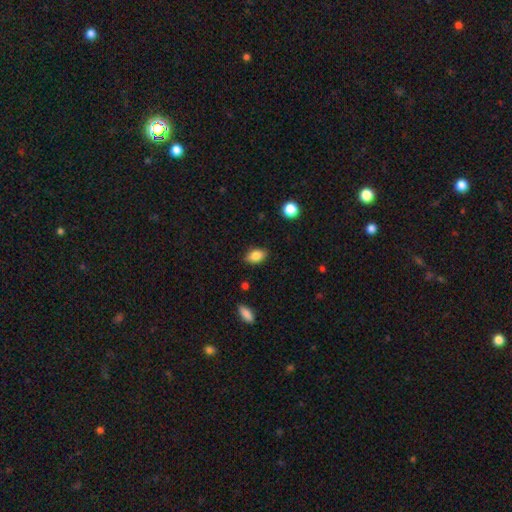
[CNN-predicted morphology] A smooth galaxy with no disk features (84%) that is in between round and cigar-shaped (87%). Merging: none (85%).